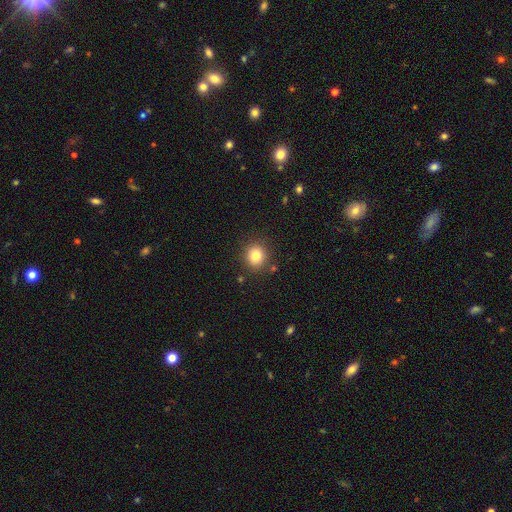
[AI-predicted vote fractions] A smooth galaxy with no disk features (81%) that is round (87%).

Vote fractions:
- Smooth or featured? smooth: 81% / star or artifact: 12% / featured or disk: 7%
- How rounded? round: 87% / in between: 12% / cigar-shaped: 1%
- Merging? none: 88% / minor disturbance: 7% / major disturbance: 2% / merger: 2%